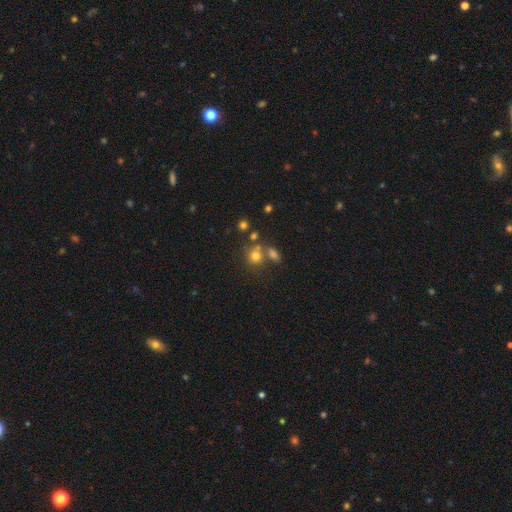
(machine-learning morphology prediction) A smooth galaxy with no disk features (73%) that is round (77%). Merging: none (51%).